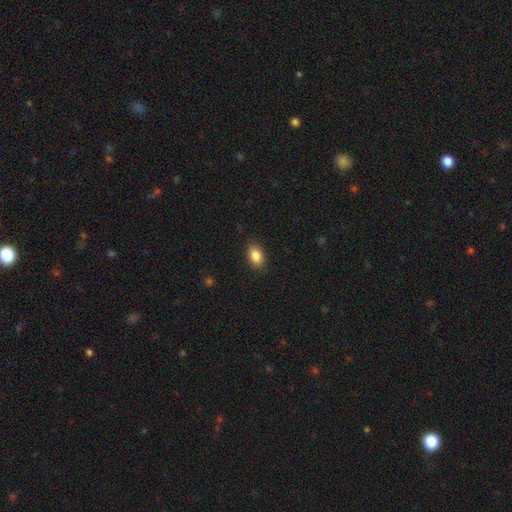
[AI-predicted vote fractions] Smooth or featured?
  - smooth: 87% *
  - star or artifact: 8%
  - featured or disk: 5%
How rounded?
  - in between: 86% *
  - round: 12%
  - cigar-shaped: 1%
Merging?
  - none: 88% *
  - minor disturbance: 9%
  - major disturbance: 2%
  - merger: 1%